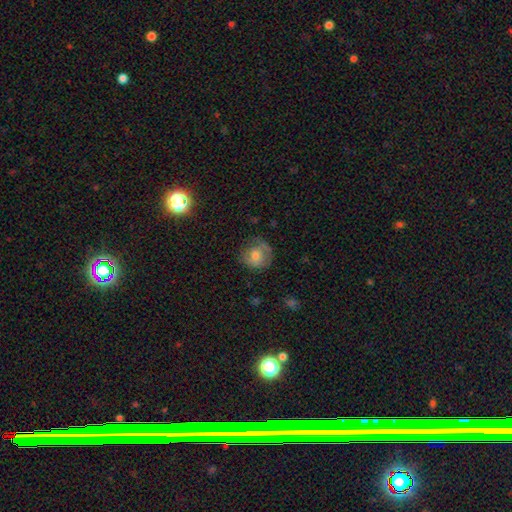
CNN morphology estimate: smooth_or_featured: smooth (p=0.62) [alt: featured or disk p=0.26]
how_rounded: round (p=0.82) [alt: in between p=0.17]
merging: none (p=0.65) [alt: minor disturbance p=0.23]